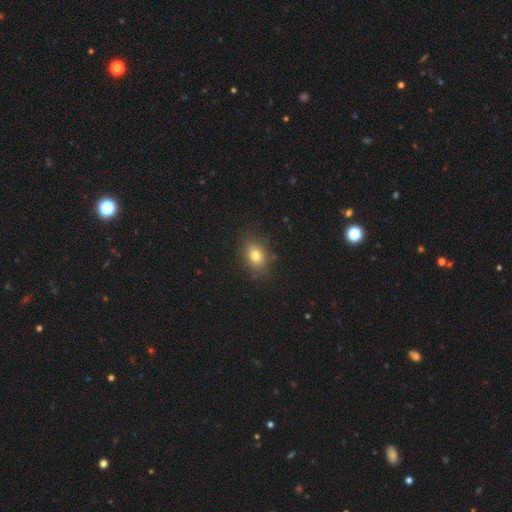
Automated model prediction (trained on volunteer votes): Smooth or featured?
  - smooth: 78% *
  - star or artifact: 11%
  - featured or disk: 10%
How rounded?
  - in between: 69% *
  - round: 29%
  - cigar-shaped: 2%
Merging?
  - none: 83% *
  - minor disturbance: 13%
  - major disturbance: 3%
  - merger: 1%